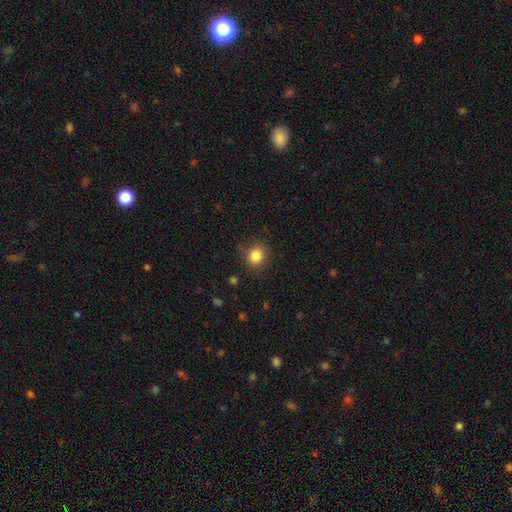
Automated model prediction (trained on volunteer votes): smooth-or-featured: smooth: 84% | star or artifact: 11% | featured or disk: 5%
  how-rounded: round: 80% | in between: 19% | cigar-shaped: 1%
  merging: none: 83% | minor disturbance: 12% | major disturbance: 4% | merger: 1%